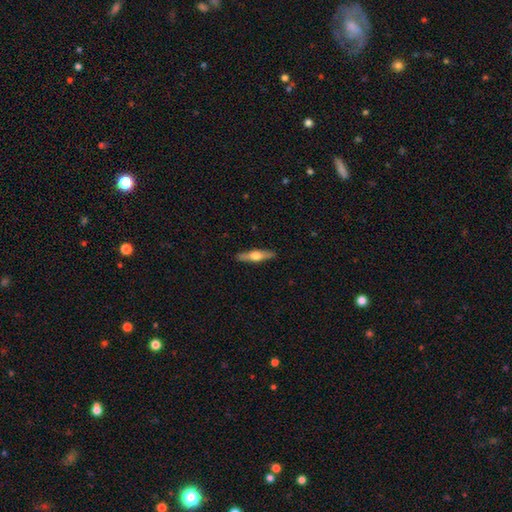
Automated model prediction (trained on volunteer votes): This appears to be a featured or disk galaxy (51%) viewed edge-on (92%). Merging: none (90%).